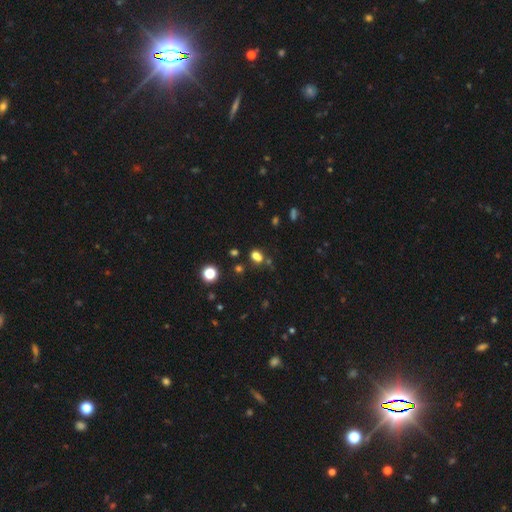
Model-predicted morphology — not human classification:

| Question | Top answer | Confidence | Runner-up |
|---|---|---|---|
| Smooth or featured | smooth | 71% | star or artifact (22%) |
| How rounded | in between | 53% | round (46%) |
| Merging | none | 60% | merger (21%) |